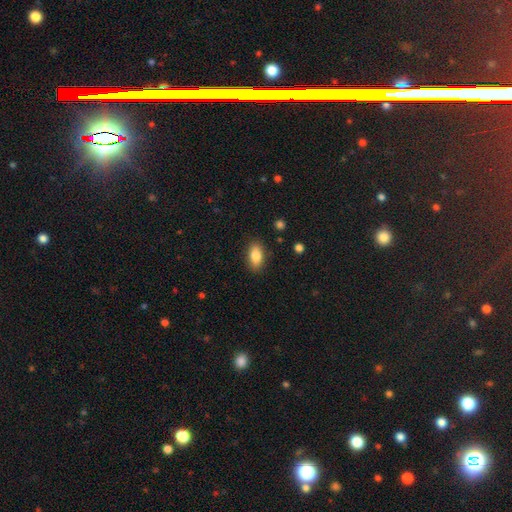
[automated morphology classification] type=smooth (82%); roundness=in between (88%); merging=none (87%).